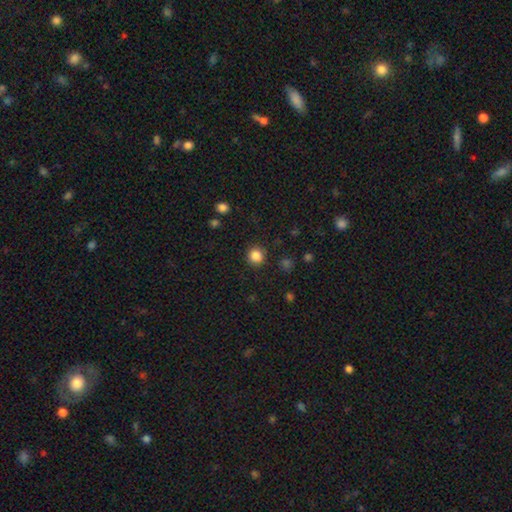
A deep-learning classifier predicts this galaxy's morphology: Smooth or featured? smooth (85%)
How rounded? round (93%)
Merging? none (91%)